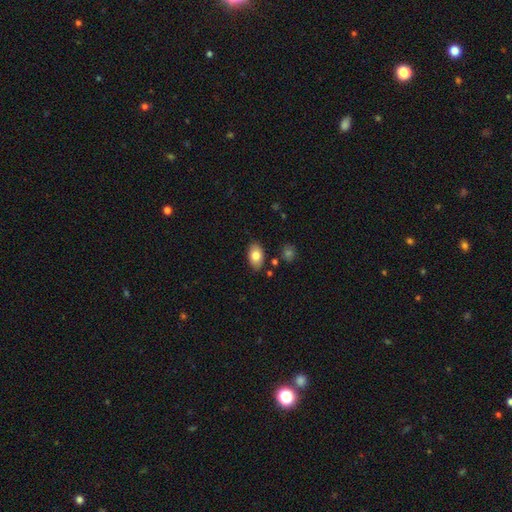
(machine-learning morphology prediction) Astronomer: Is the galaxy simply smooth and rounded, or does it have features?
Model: smooth — 81%.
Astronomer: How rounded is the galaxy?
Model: in between — 92%.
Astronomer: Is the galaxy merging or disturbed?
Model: none — 84%.